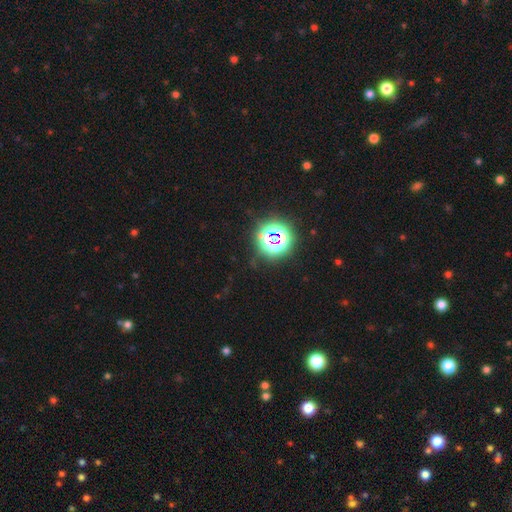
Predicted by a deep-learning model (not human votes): A star or artifact, not a galaxy (83%).